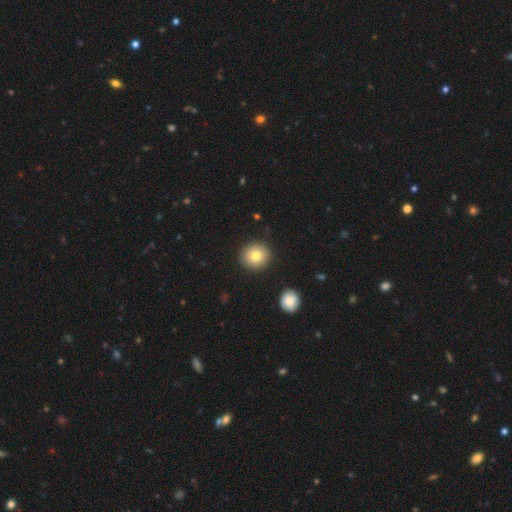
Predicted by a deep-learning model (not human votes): Morphology: type=smooth (80%); roundness=round (90%); merging=none (90%).